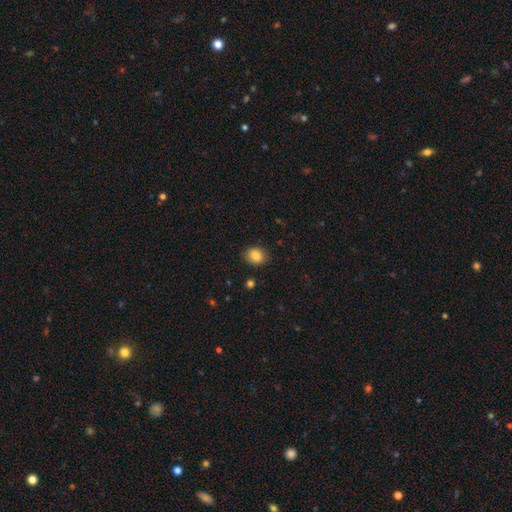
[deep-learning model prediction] The model was most divided on "how rounded": round: 62%, in between: 37%, cigar-shaped: 1%. More confident: merging — none (86%); smooth or featured — smooth (85%).